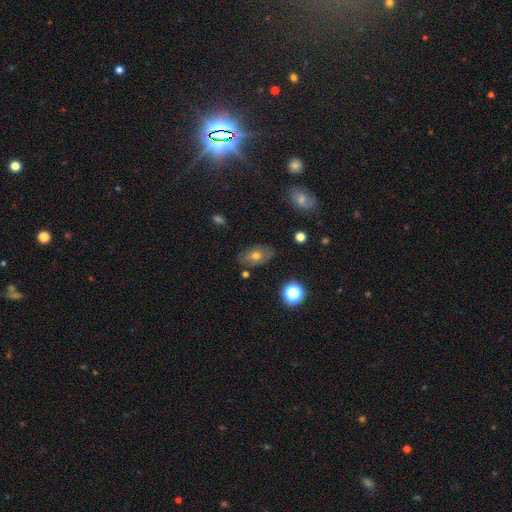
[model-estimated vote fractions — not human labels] A smooth galaxy with no disk features (57%) that is in between round and cigar-shaped (84%). Merging: none (77%).